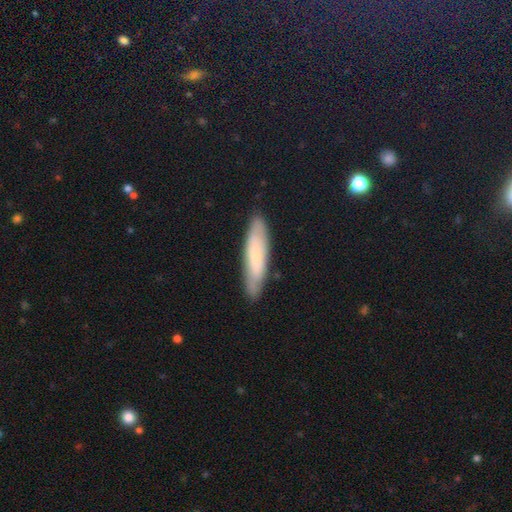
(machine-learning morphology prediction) A smooth galaxy with no disk features (57%) that is cigar-shaped (75%). Merging: none (85%).